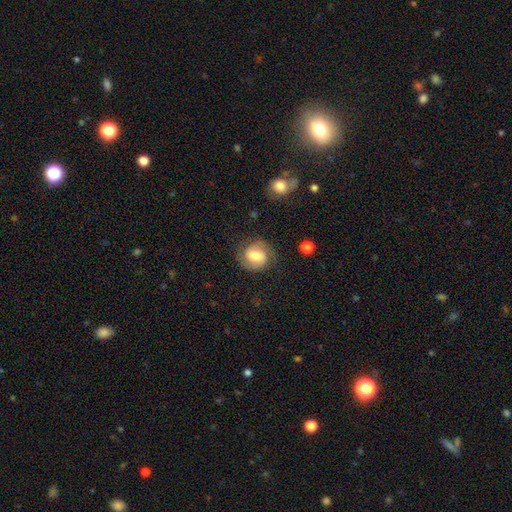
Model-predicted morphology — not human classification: smooth-or-featured: featured or disk: 58% | smooth: 34% | star or artifact: 8%
  disk-edge-on: no: 98% | yes: 2%
    bar: weak: 47% | no: 34% | strong: 19%
    has-spiral-arms: yes: 89% | no: 11%
      spiral-winding: medium: 44% | tight: 42% | loose: 15%
      spiral-arm-count: 2: 87% | can't tell: 7% | 1: 3% | 3: 1% | 4: 1% | more than 4: 1%
    bulge-size: moderate: 61% | small: 21% | large: 14% | none: 2% | dominant: 2%
  merging: none: 79% | minor disturbance: 14% | major disturbance: 6% | merger: 1%